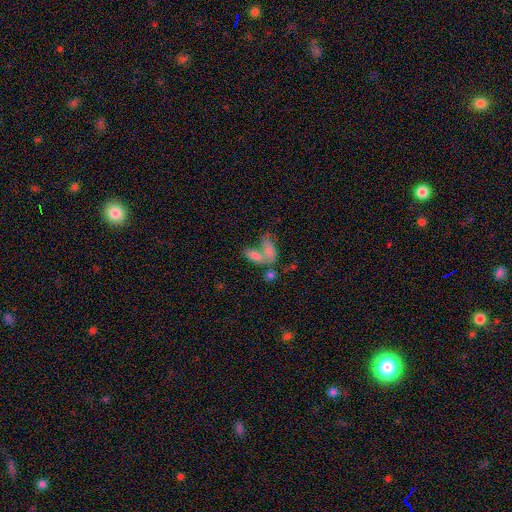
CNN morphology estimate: Smooth or featured: smooth — 75% (featured or disk — 15%)
How rounded: in between — 83% (cigar-shaped — 12%)
Merging: merger — 60% (none — 25%)